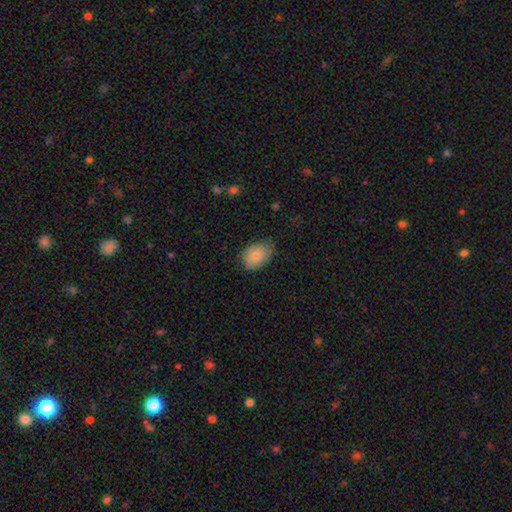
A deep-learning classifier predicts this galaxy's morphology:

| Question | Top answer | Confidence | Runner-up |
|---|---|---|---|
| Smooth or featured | smooth | 82% | featured or disk (11%) |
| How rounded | in between | 83% | round (16%) |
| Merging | none | 66% | minor disturbance (28%) |